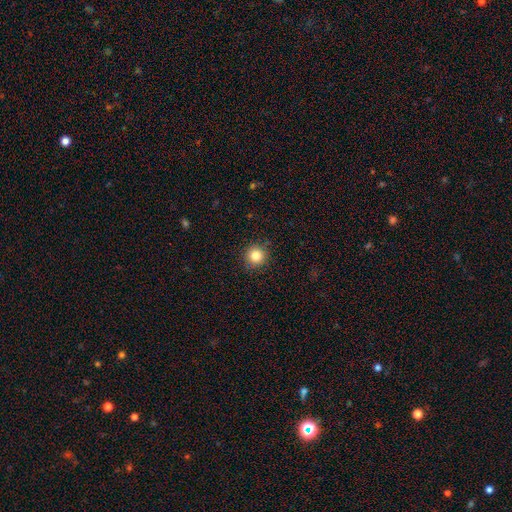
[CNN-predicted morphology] A smooth galaxy with no disk features (83%) that is round (94%). Merging: none (89%).